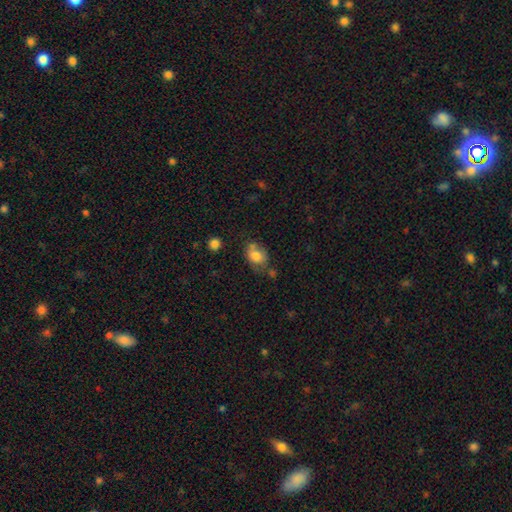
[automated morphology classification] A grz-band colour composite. It shows a smooth galaxy with no disk features (79%) that is in between round and cigar-shaped (60%). Merging: none (49%).